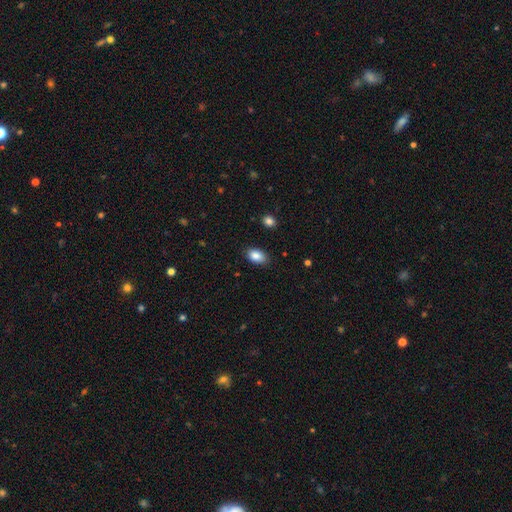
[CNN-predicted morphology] Smooth or featured?
  - smooth: 87% *
  - star or artifact: 8%
  - featured or disk: 5%
How rounded?
  - in between: 91% *
  - round: 7%
  - cigar-shaped: 2%
Merging?
  - none: 86% *
  - minor disturbance: 11%
  - major disturbance: 2%
  - merger: 1%